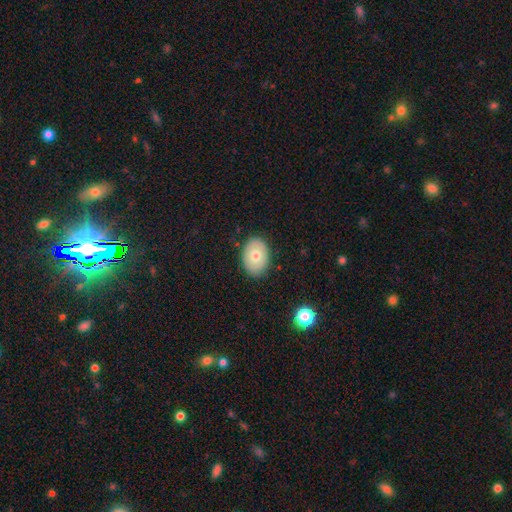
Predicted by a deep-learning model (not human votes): smooth 71%, featured or disk 21%, star or artifact 7%. Down the decision tree: how rounded — in between (77%); merging — none (86%).